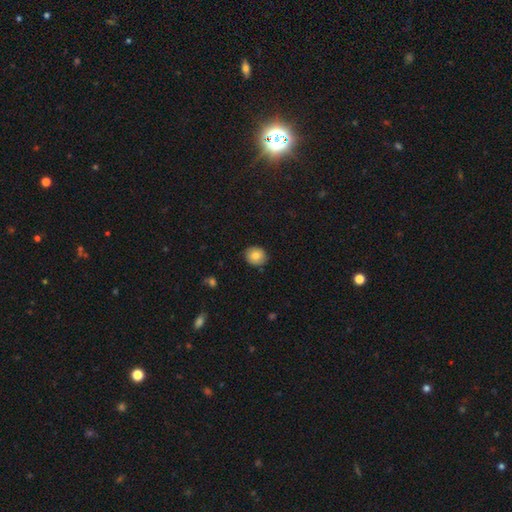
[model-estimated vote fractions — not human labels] smooth-or-featured: smooth: 81% | featured or disk: 10% | star or artifact: 9%
  how-rounded: round: 79% | in between: 20% | cigar-shaped: 1%
  merging: none: 87% | minor disturbance: 10% | major disturbance: 2% | merger: 1%